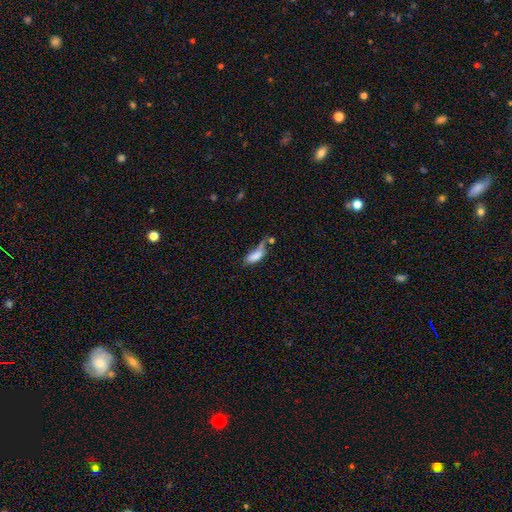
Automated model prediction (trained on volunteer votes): Smooth or featured? smooth (77%)
How rounded? in between (75%)
Merging? merger (26%, tied with none)